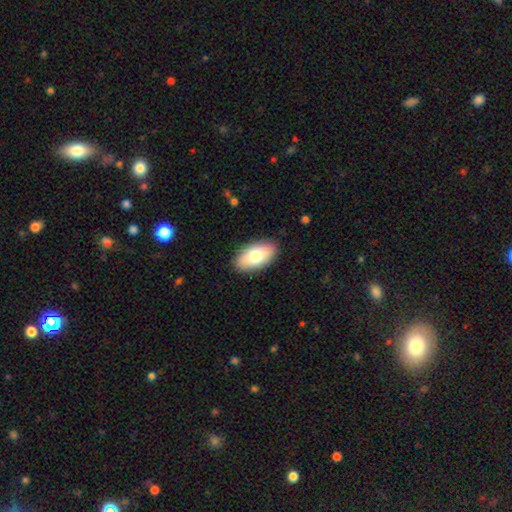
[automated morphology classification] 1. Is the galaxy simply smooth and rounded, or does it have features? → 76% smooth, 18% featured or disk, 6% star or artifact.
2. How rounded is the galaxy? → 94% in between, 3% round, 3% cigar-shaped.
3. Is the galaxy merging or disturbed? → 88% none, 9% minor disturbance, 2% major disturbance, 1% merger.